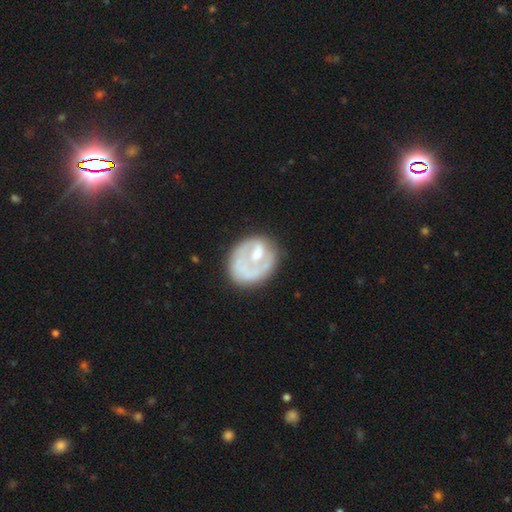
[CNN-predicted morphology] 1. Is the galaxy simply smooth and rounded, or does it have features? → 58% featured or disk, 35% smooth, 7% star or artifact.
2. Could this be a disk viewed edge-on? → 98% no, 2% yes.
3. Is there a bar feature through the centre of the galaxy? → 68% no, 25% weak, 7% strong.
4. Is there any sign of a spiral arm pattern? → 55% no, 45% yes.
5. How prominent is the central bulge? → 47% moderate, 30% small, 15% none, 6% large, 2% dominant.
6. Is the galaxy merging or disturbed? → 55% none, 23% minor disturbance, 19% major disturbance, 3% merger.